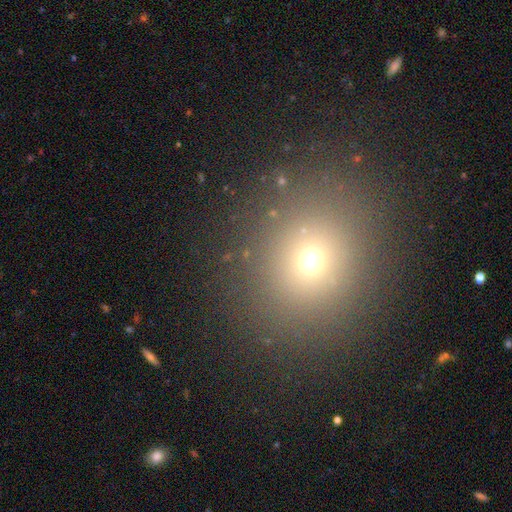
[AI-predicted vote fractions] smooth-or-featured: smooth: 64% | star or artifact: 27% | featured or disk: 9%
  how-rounded: round: 79% | in between: 20% | cigar-shaped: 1%
  merging: none: 88% | minor disturbance: 7% | major disturbance: 3% | merger: 2%